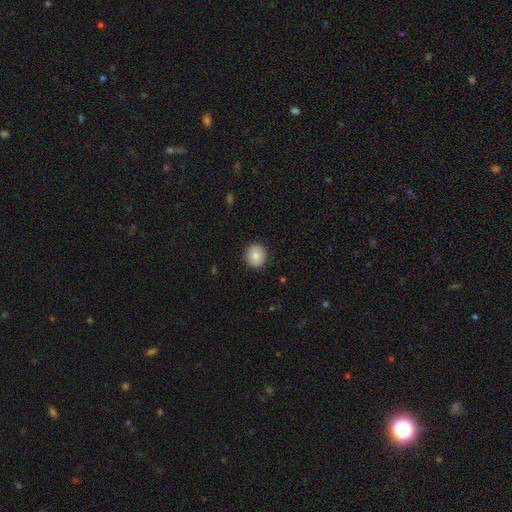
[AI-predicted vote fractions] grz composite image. It shows a smooth galaxy with no disk features (83%) that is round (90%). Merging: none (91%).